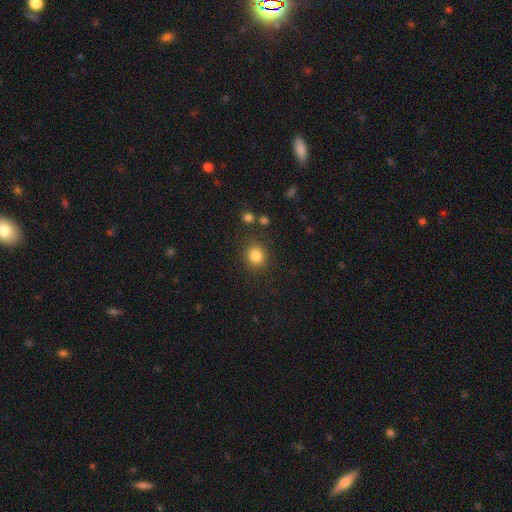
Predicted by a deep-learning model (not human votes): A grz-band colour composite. It shows a smooth galaxy with no disk features (83%) that is round (87%). Merging: none (86%).